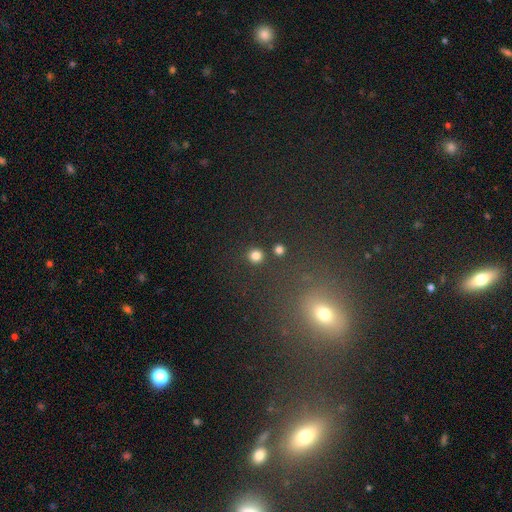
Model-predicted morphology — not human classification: The model was most divided on "smooth or featured": smooth: 81%, star or artifact: 14%, featured or disk: 4%. More confident: how rounded — round (94%); merging — none (86%).